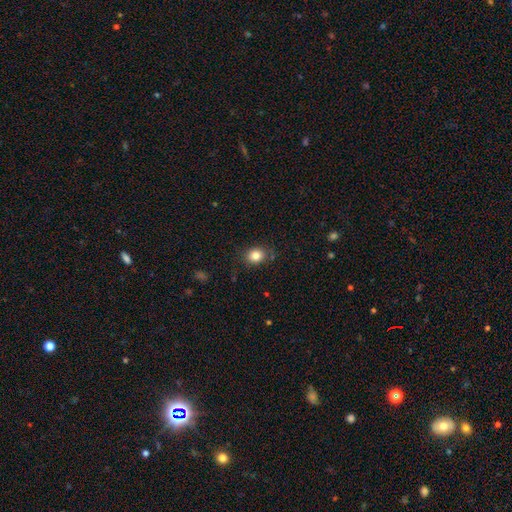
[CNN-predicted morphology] smooth 83%, star or artifact 10%, featured or disk 6%. Down the decision tree: how rounded — round (60%); merging — none (83%).